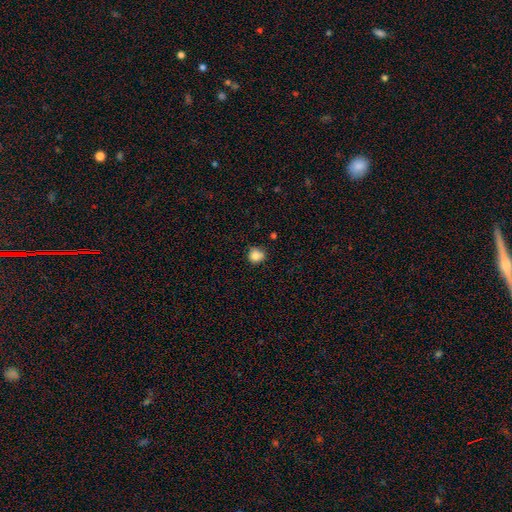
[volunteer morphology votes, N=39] smooth-or-featured: smooth: 82% | featured or disk: 10% | star or artifact: 8%
  how-rounded: round: 88% | in between: 12% | cigar-shaped: 0%
  merging: none: 69% | minor disturbance: 25% | major disturbance: 6% | merger: 0%